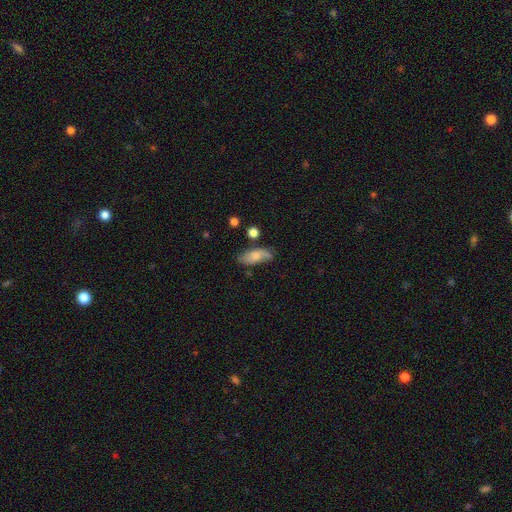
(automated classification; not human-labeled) smooth_or_featured: smooth (p=0.61) [alt: featured or disk p=0.31]
how_rounded: in between (p=0.81) [alt: cigar-shaped p=0.15]
merging: none (p=0.60) [alt: minor disturbance p=0.27]